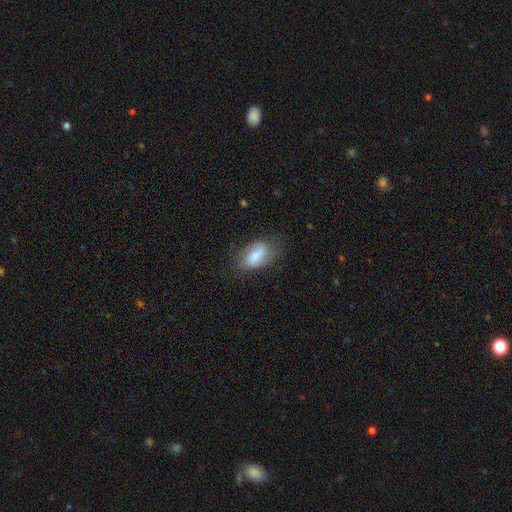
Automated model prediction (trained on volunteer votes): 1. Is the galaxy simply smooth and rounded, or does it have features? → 70% smooth, 22% featured or disk, 7% star or artifact.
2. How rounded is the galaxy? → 90% in between, 5% round, 5% cigar-shaped.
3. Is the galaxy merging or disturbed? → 67% none, 23% minor disturbance, 8% major disturbance, 1% merger.